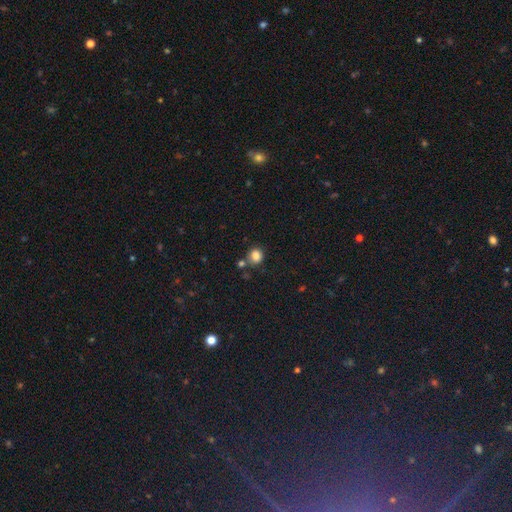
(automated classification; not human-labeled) Morphology: type=smooth (83%); roundness=round (80%); merging=none (72%).